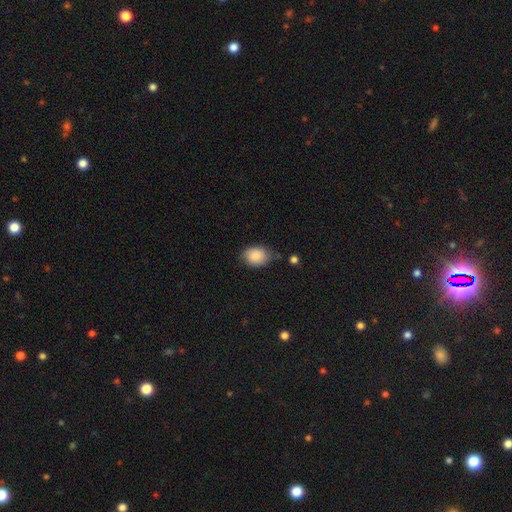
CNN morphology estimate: smooth 87%, star or artifact 7%, featured or disk 5%. Down the decision tree: how rounded — in between (68%); merging — none (65%).